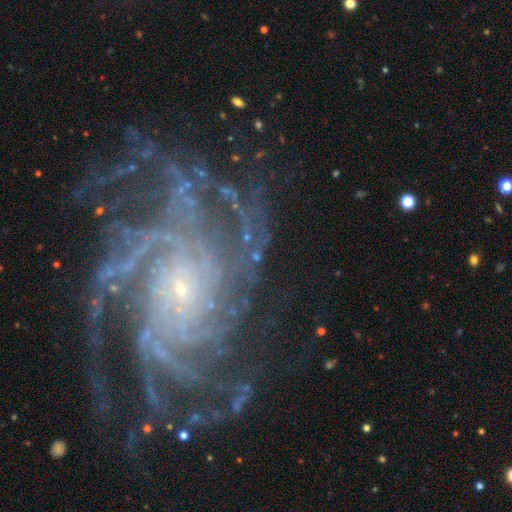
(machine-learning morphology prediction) This appears to be a featured or disk galaxy (80%) with no bar (51%), tight (73%) spiral arms (97%) and a small central bulge (81%). Merging: none (72%).